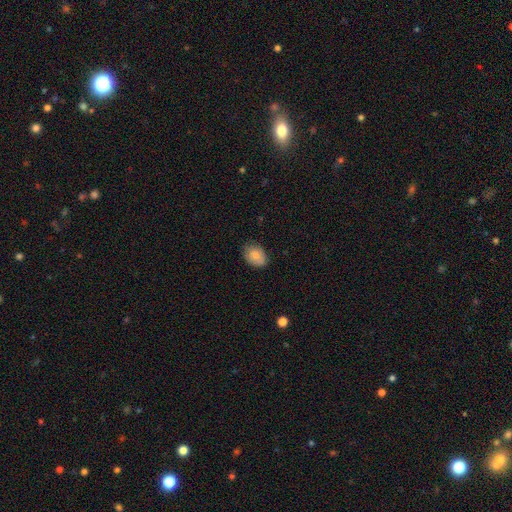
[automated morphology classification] Smooth or featured? smooth (80%)
How rounded? in between (72%)
Merging? none (75%)